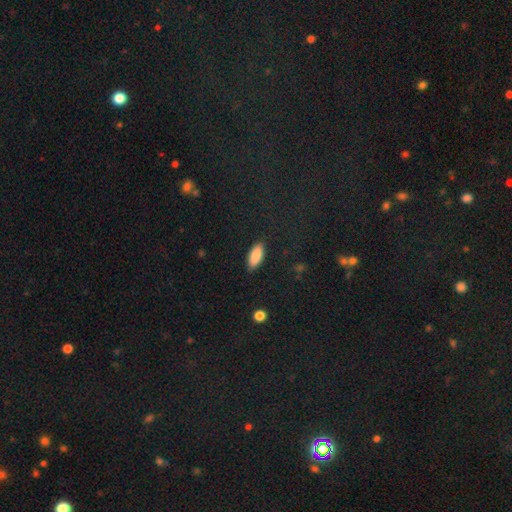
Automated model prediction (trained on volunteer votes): smooth 88%, star or artifact 6%, featured or disk 6%. Down the decision tree: how rounded — in between (83%); merging — none (86%).